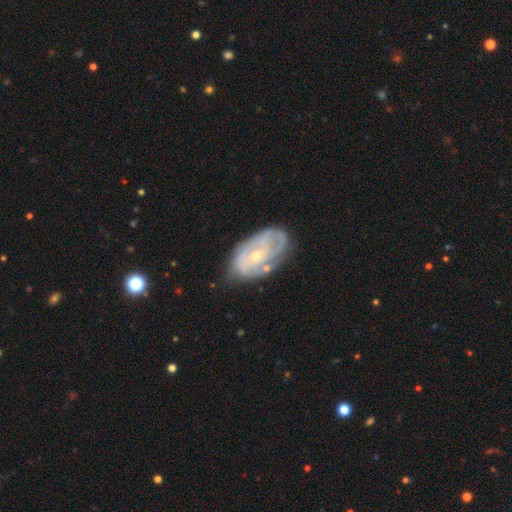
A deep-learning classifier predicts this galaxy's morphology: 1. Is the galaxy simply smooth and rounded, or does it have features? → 73% featured or disk, 20% smooth, 7% star or artifact.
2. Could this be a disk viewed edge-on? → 95% no, 5% yes.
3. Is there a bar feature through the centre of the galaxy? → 72% no, 24% weak, 5% strong.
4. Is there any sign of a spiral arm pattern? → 82% yes, 18% no.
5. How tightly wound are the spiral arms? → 60% tight, 29% medium, 10% loose.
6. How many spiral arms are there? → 45% can't tell, 27% 2, 13% 3, 5% 4, 5% 1, 3% more than 4.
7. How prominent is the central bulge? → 68% small, 28% moderate, 2% none, 1% large, 1% dominant.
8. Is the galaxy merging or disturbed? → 65% none, 24% minor disturbance, 8% major disturbance, 3% merger.